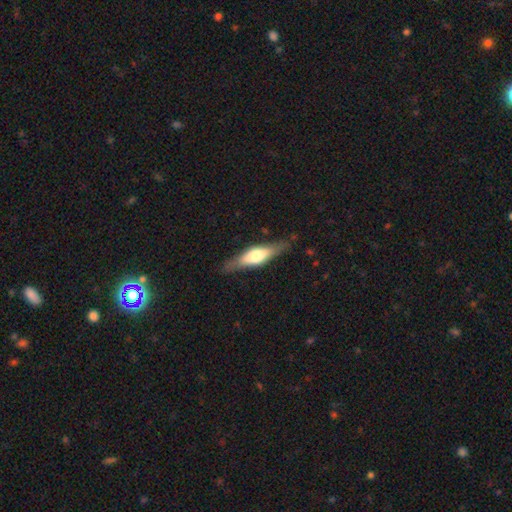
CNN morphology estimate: Smooth or featured: featured or disk — 52% (smooth — 42%)
Edge-on disk: yes — 90% (no — 10%)
Merging: none — 82% (minor disturbance — 13%)